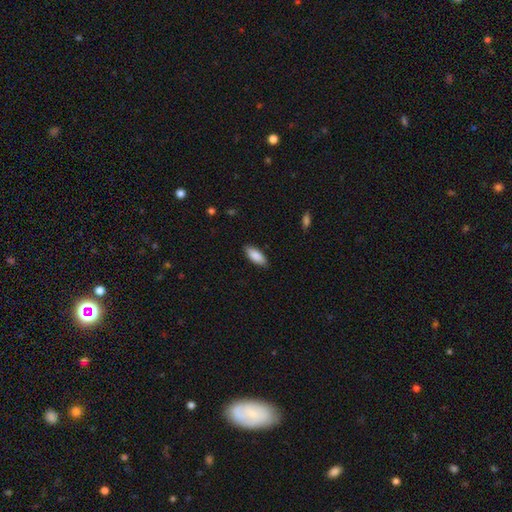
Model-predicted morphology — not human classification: smooth-or-featured: smooth: 88% | featured or disk: 6% | star or artifact: 6%
  how-rounded: in between: 80% | cigar-shaped: 19% | round: 2%
  merging: none: 87% | minor disturbance: 10% | major disturbance: 2% | merger: 1%